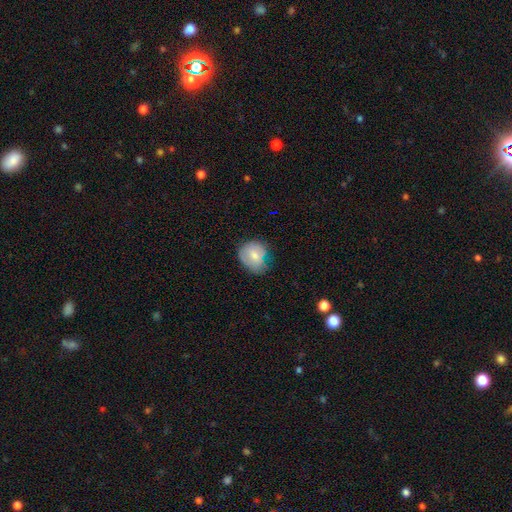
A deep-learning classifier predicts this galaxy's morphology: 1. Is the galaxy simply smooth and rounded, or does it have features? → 67% smooth, 25% featured or disk, 9% star or artifact.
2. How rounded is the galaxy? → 67% round, 32% in between, 1% cigar-shaped.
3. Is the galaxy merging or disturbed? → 55% none, 33% minor disturbance, 9% major disturbance, 3% merger.